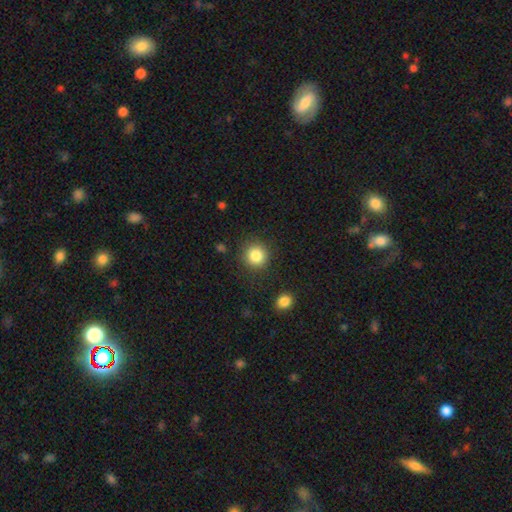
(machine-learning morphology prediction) A smooth galaxy with no disk features (85%) that is round (92%).

Vote fractions:
- Smooth or featured? smooth: 85% / star or artifact: 10% / featured or disk: 5%
- How rounded? round: 92% / in between: 7% / cigar-shaped: 1%
- Merging? none: 87% / minor disturbance: 8% / major disturbance: 3% / merger: 2%